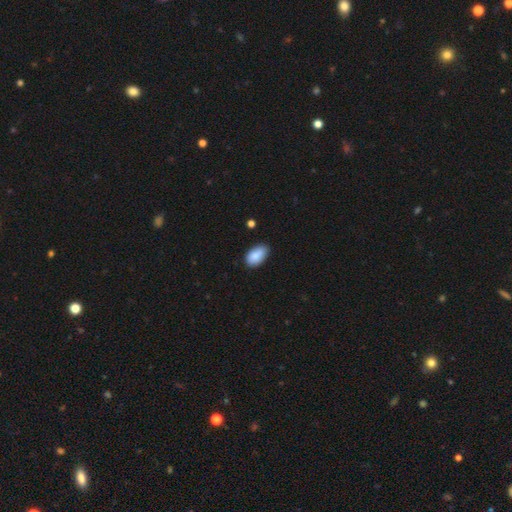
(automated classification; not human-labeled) smooth 87%, star or artifact 7%, featured or disk 6%. Down the decision tree: how rounded — in between (93%); merging — none (74%).